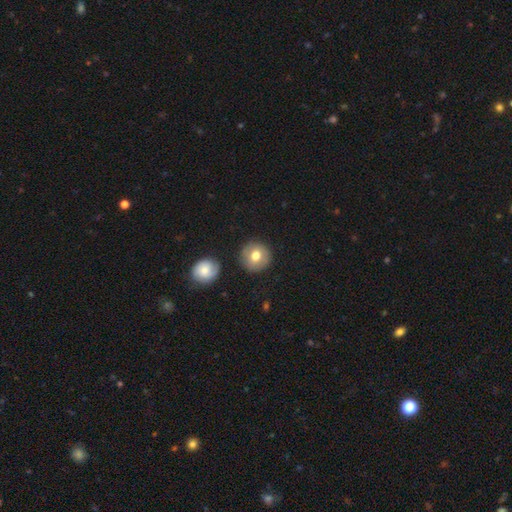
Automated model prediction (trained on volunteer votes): smooth 74%, featured or disk 18%, star or artifact 8%. Down the decision tree: how rounded — round (94%); merging — none (87%).